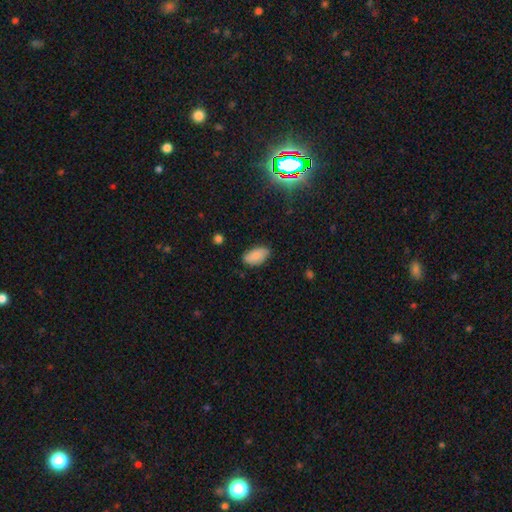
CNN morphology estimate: type=smooth (85%); roundness=in between (94%); merging=none (80%).